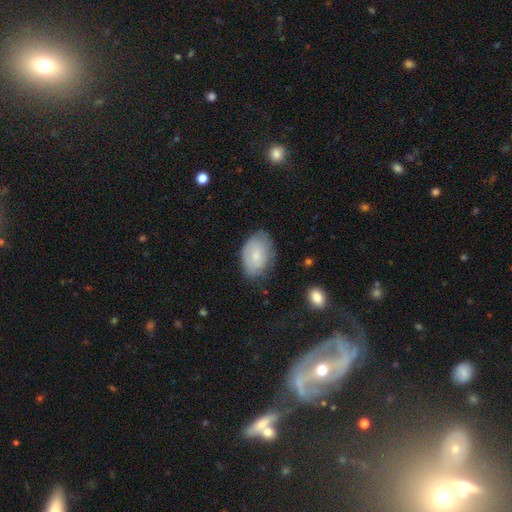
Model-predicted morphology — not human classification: Smooth or featured?
  - smooth: 72% *
  - featured or disk: 21%
  - star or artifact: 7%
How rounded?
  - in between: 87% *
  - round: 12%
  - cigar-shaped: 1%
Merging?
  - none: 68% *
  - minor disturbance: 25%
  - major disturbance: 6%
  - merger: 2%